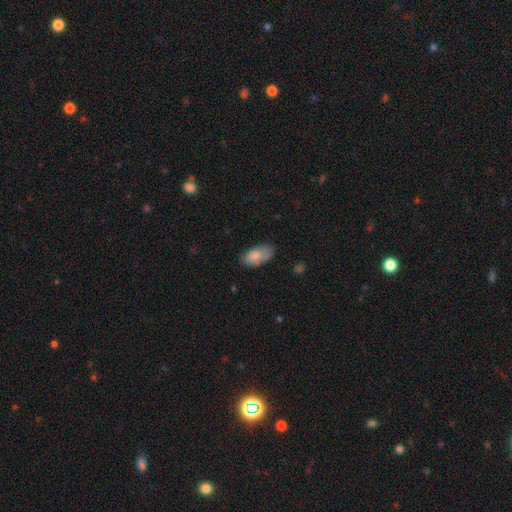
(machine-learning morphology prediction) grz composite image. It shows a smooth galaxy with no disk features (82%) that is in between round and cigar-shaped (94%). Merging: none (69%).